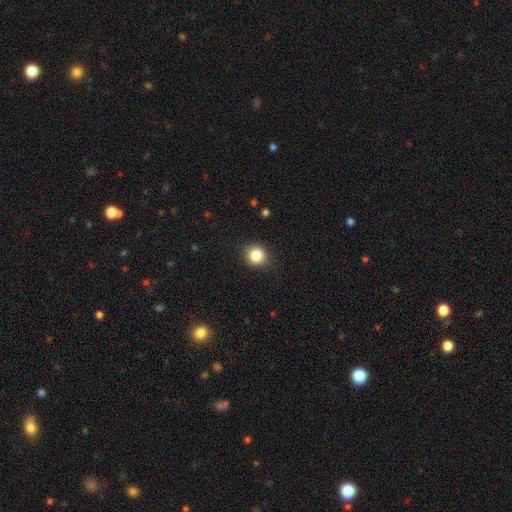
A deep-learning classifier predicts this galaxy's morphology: Smooth or featured?
  - smooth: 84% *
  - star or artifact: 11%
  - featured or disk: 6%
How rounded?
  - round: 81% *
  - in between: 18%
  - cigar-shaped: 1%
Merging?
  - none: 82% *
  - minor disturbance: 13%
  - major disturbance: 3%
  - merger: 1%